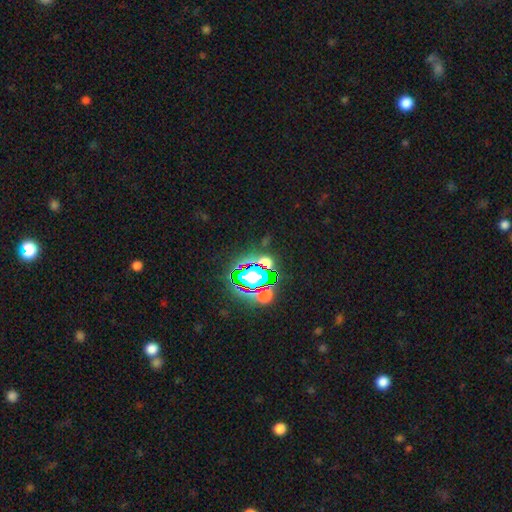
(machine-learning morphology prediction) This is clearly a star or artifact rather than a galaxy (82%).